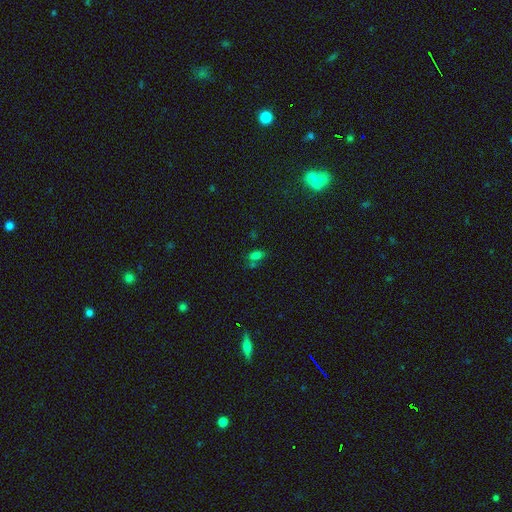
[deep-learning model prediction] smooth-or-featured: smooth: 66% | star or artifact: 26% | featured or disk: 8%
  how-rounded: in between: 86% | round: 10% | cigar-shaped: 4%
  merging: none: 57% | merger: 20% | minor disturbance: 16% | major disturbance: 8%